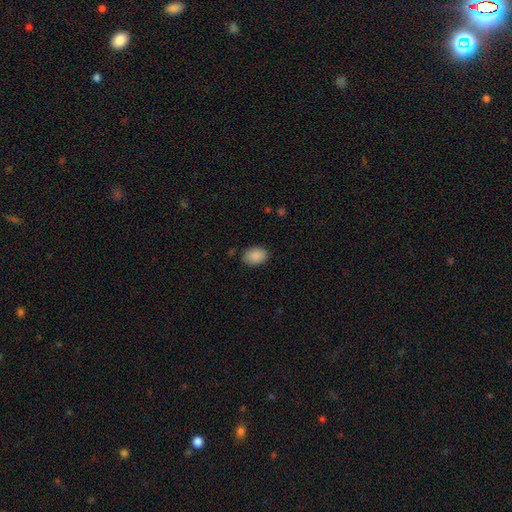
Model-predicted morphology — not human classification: A smooth galaxy with no disk features (89%) that is in between round and cigar-shaped (81%). Merging: none (84%).